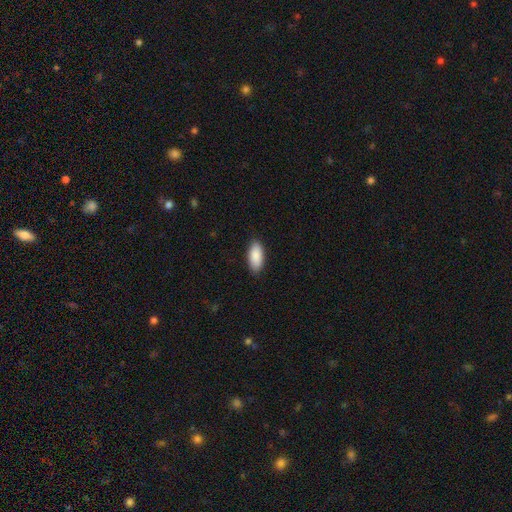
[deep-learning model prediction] Smooth or featured: smooth — 90% (star or artifact — 6%)
How rounded: in between — 89% (cigar-shaped — 9%)
Merging: none — 87% (minor disturbance — 10%)